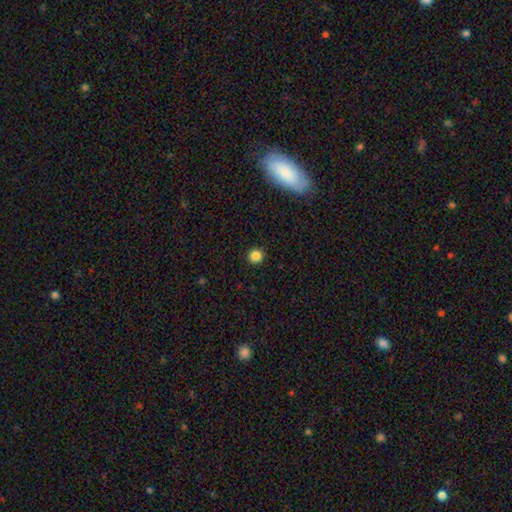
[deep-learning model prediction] Smooth or featured?
  - smooth: 85% *
  - star or artifact: 12%
  - featured or disk: 4%
How rounded?
  - round: 95% *
  - in between: 4%
  - cigar-shaped: 1%
Merging?
  - none: 92% *
  - minor disturbance: 5%
  - major disturbance: 2%
  - merger: 1%